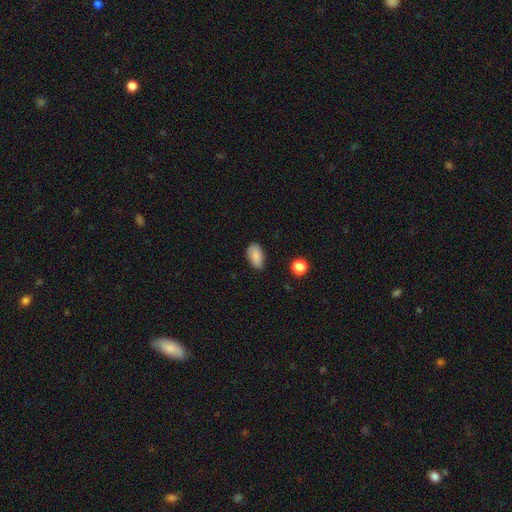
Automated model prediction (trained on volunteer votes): The model was most divided on "merging": none: 79%, minor disturbance: 17%, major disturbance: 3%, merger: 1%. More confident: how rounded — in between (92%); smooth or featured — smooth (85%).